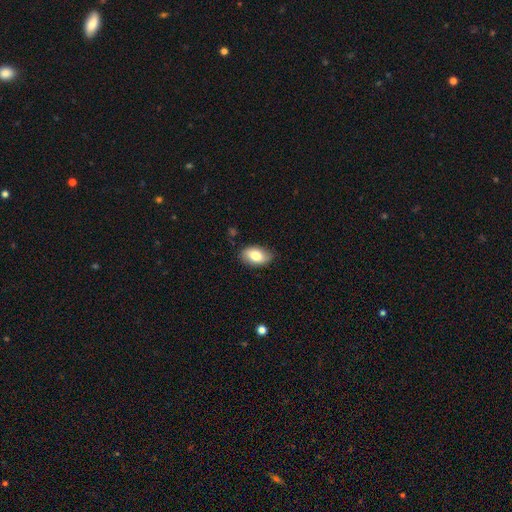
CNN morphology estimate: This appears to be a smooth galaxy with no disk features (78%) that is in between round and cigar-shaped (91%). Merging: none (83%).